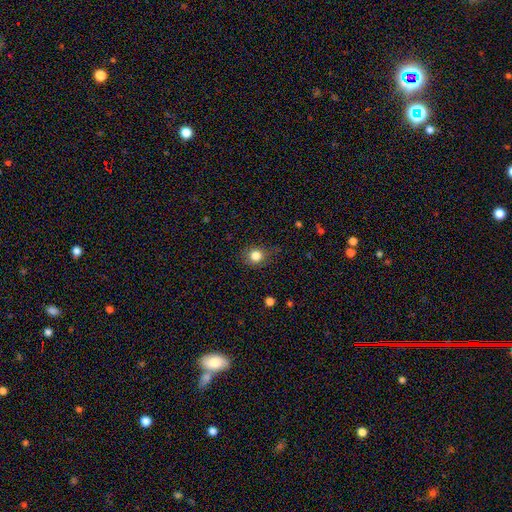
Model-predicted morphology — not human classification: This appears to be a smooth galaxy with no disk features (82%) that is round (76%). Merging: none (77%).